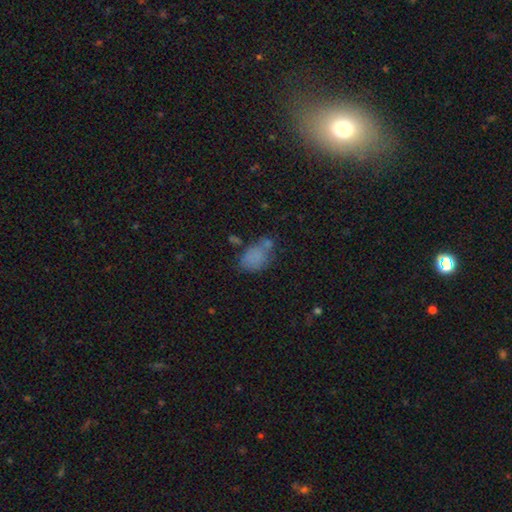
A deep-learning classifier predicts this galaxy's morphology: type=smooth (71%); roundness=in between (82%); merging=none (46%).